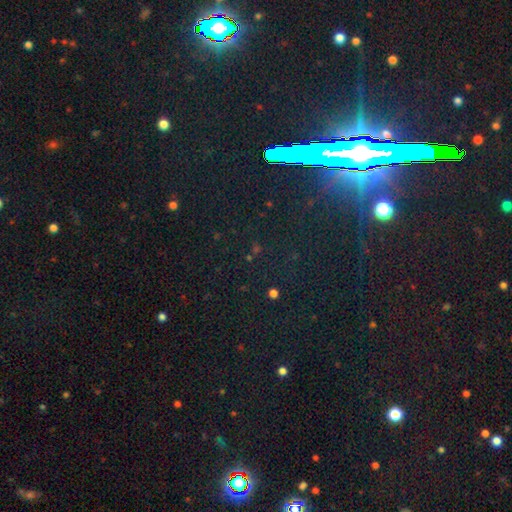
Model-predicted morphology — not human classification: Smooth or featured? Predicted: star or artifact (p=0.81).